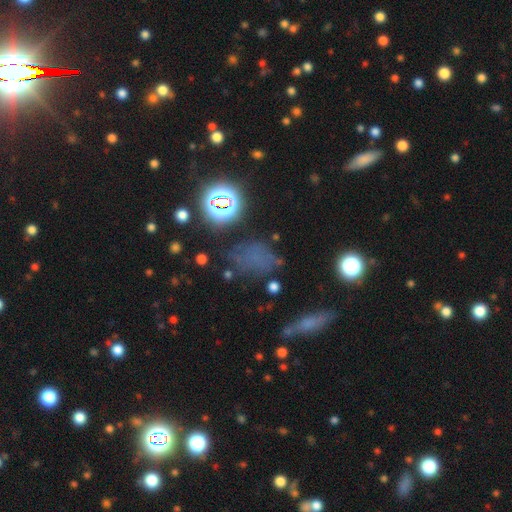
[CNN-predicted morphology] Overall: smooth (52%; star or artifact 33%). How rounded: in between (61%; round 35%). Merging: none (57%; minor disturbance 23%).